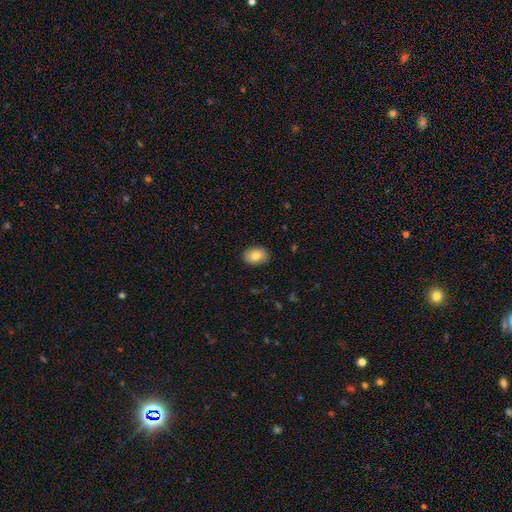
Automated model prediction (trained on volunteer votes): Morphology: type=smooth (81%); roundness=in between (74%); merging=none (89%).